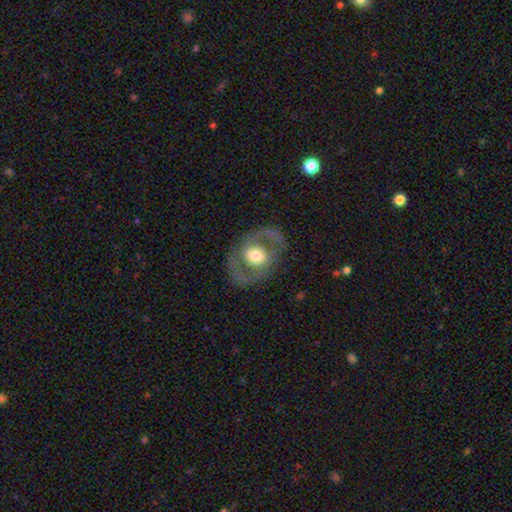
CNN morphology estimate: smooth-or-featured: featured or disk: 71% | smooth: 24% | star or artifact: 6%
  disk-edge-on: no: 95% | yes: 5%
    bar: no: 62% | weak: 26% | strong: 11%
    has-spiral-arms: yes: 53% | no: 47%
    bulge-size: moderate: 57% | large: 32% | small: 7% | dominant: 3% | none: 1%
  merging: none: 78% | minor disturbance: 11% | major disturbance: 9% | merger: 1%